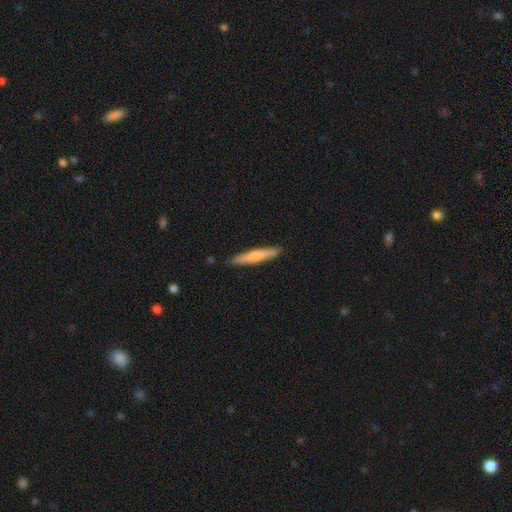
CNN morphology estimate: smooth-or-featured: smooth: 67% | featured or disk: 28% | star or artifact: 5%
  how-rounded: cigar-shaped: 93% | in between: 5% | round: 1%
  merging: none: 89% | minor disturbance: 8% | major disturbance: 1% | merger: 1%